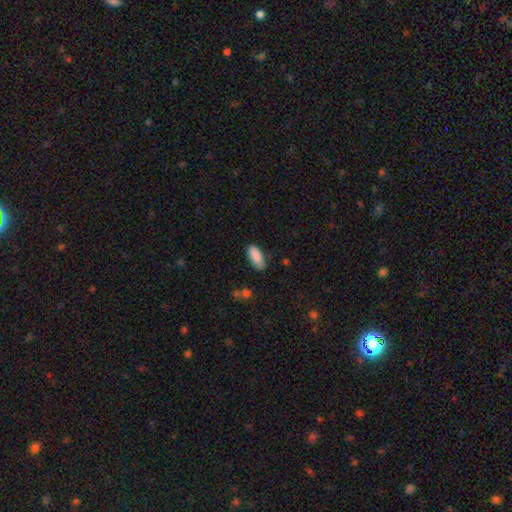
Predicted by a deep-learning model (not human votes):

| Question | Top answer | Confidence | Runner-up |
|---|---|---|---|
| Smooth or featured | smooth | 88% | star or artifact (6%) |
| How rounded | in between | 85% | cigar-shaped (13%) |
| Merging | none | 77% | minor disturbance (18%) |